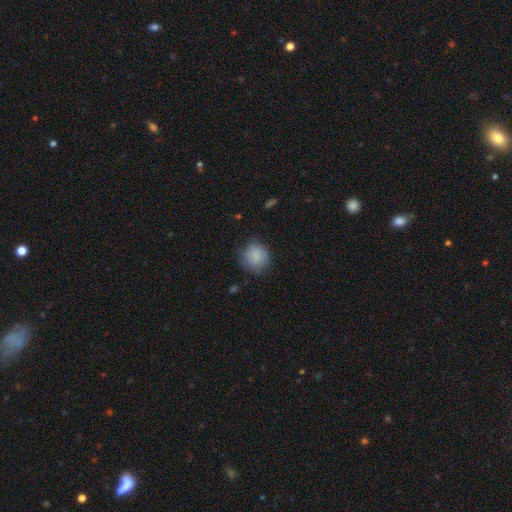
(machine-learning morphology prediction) A smooth galaxy with no disk features (84%) that is round (80%).

Vote fractions:
- Smooth or featured? smooth: 84% / star or artifact: 9% / featured or disk: 8%
- How rounded? round: 80% / in between: 19% / cigar-shaped: 1%
- Merging? none: 73% / minor disturbance: 20% / major disturbance: 6% / merger: 1%